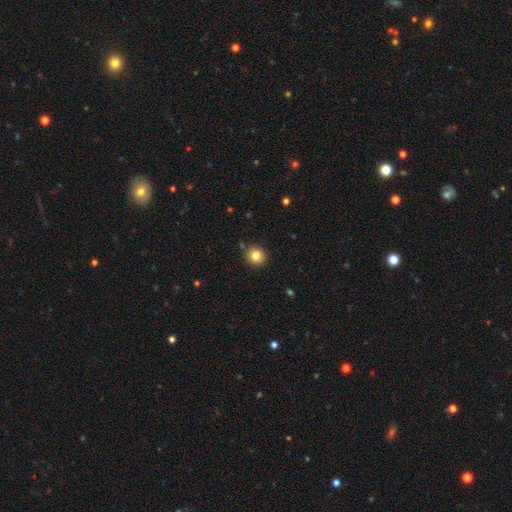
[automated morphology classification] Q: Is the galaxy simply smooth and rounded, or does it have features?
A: smooth — 82%.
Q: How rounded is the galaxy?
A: round — 92%.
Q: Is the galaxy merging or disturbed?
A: none — 90%.